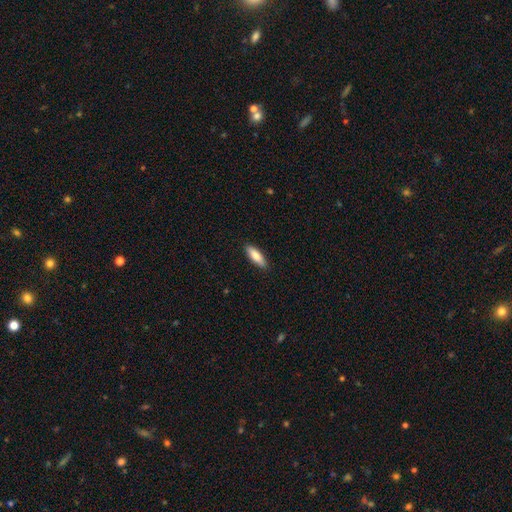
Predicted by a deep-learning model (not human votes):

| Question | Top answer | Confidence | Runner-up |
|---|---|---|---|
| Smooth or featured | smooth | 82% | featured or disk (12%) |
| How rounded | in between | 55% | cigar-shaped (44%) |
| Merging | none | 89% | minor disturbance (8%) |